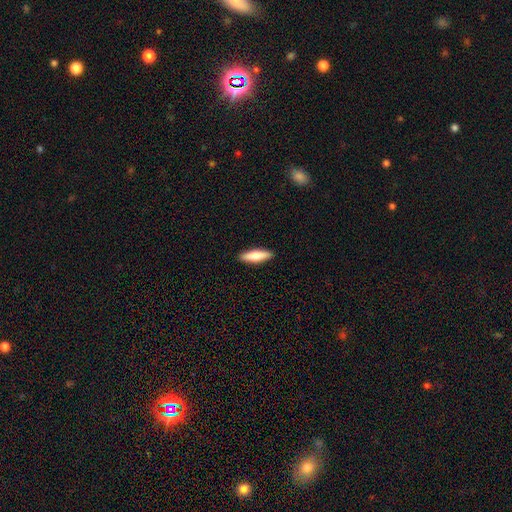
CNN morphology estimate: This is likely a smooth galaxy (74%). How rounded: likely cigar-shaped (65%). Merging: clearly none (91%).